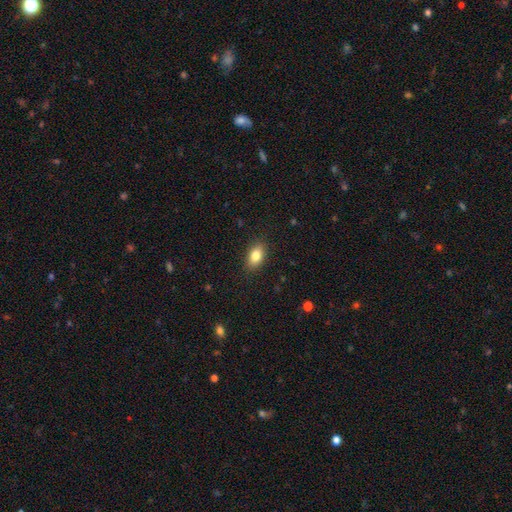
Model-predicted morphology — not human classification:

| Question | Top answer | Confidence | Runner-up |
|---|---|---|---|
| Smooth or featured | smooth | 83% | star or artifact (9%) |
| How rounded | in between | 87% | round (11%) |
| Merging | none | 88% | minor disturbance (9%) |